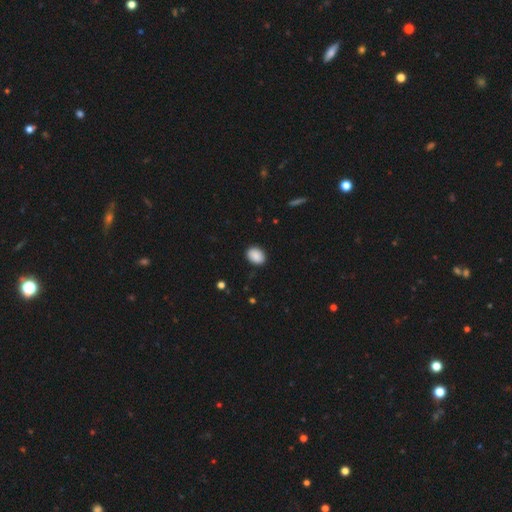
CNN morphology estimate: This appears to be a smooth galaxy with no disk features (90%) that is in between round and cigar-shaped (71%). Merging: none (88%).